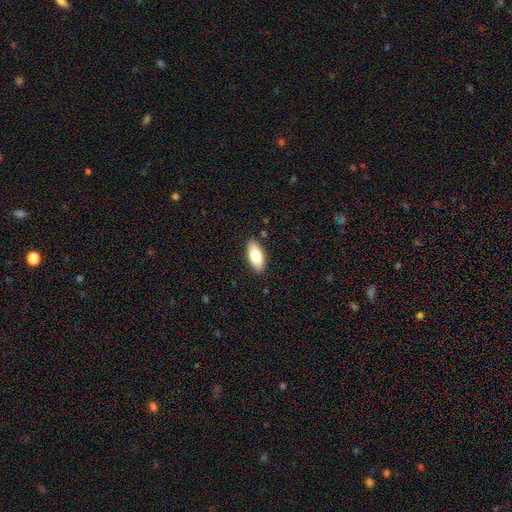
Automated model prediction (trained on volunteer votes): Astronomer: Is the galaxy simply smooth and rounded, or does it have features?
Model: smooth — 80%.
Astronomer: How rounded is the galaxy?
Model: in between — 87%.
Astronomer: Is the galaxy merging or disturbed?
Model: none — 88%.